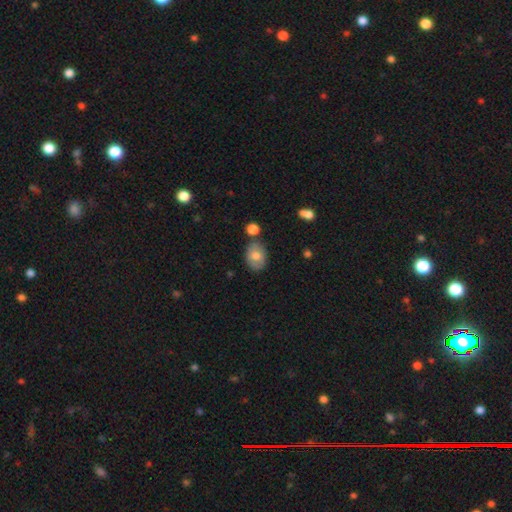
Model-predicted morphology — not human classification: A smooth galaxy with no disk features (72%) that is in between round and cigar-shaped (73%).

Vote fractions:
- Smooth or featured? smooth: 72% / featured or disk: 21% / star or artifact: 8%
- How rounded? in between: 73% / round: 26% / cigar-shaped: 1%
- Merging? none: 73% / minor disturbance: 15% / merger: 9% / major disturbance: 3%